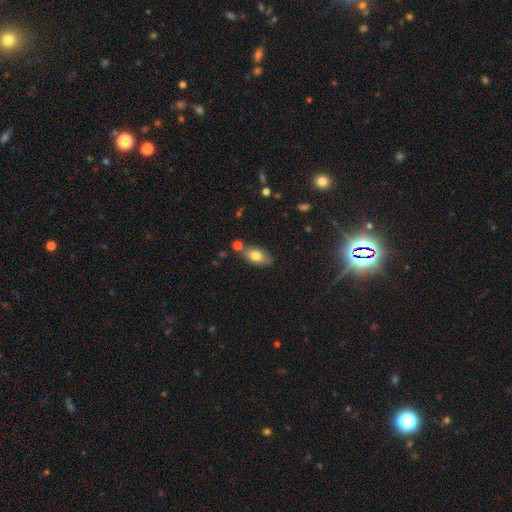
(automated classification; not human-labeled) This appears to be a smooth galaxy with no disk features (77%) that is in between round and cigar-shaped (88%). Merging: none (71%).